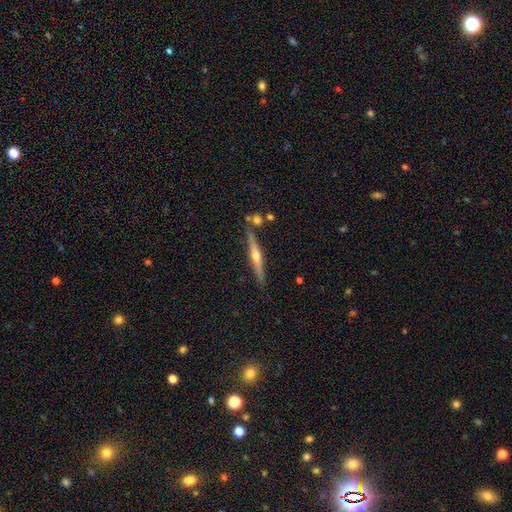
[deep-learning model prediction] This is likely a featured or disk galaxy (73%). It is clearly viewed edge-on (97%). Edge-on bulge: clearly rounded (92%). Merging: clearly none (83%).